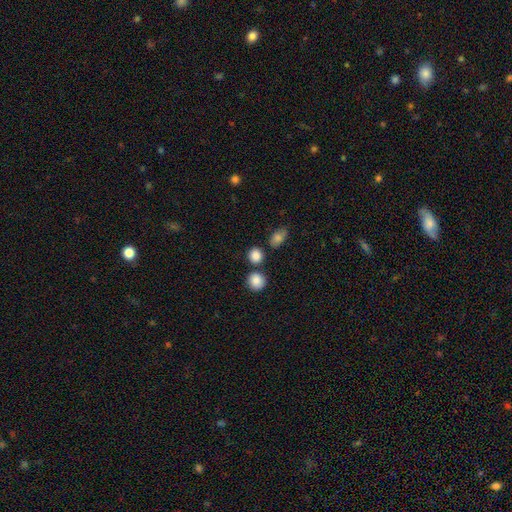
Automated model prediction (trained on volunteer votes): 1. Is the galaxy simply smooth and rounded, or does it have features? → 85% smooth, 11% star or artifact, 4% featured or disk.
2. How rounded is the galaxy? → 82% round, 17% in between, 1% cigar-shaped.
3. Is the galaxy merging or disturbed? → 77% none, 11% merger, 9% minor disturbance, 3% major disturbance.